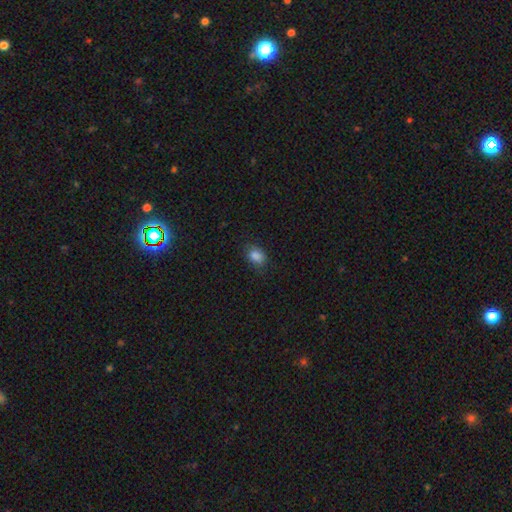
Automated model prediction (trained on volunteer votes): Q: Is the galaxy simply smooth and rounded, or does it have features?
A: smooth — 85%.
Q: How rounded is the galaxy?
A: in between — 75%.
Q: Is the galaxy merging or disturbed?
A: none — 79%.